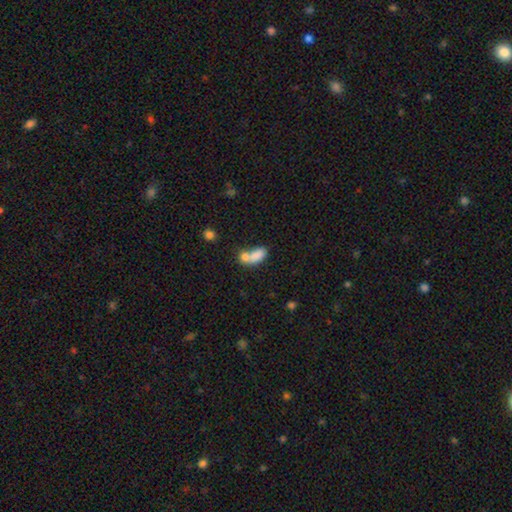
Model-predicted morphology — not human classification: Overall: smooth (78%). How rounded: in between (85%). Merging: merger (60%; none 24%).